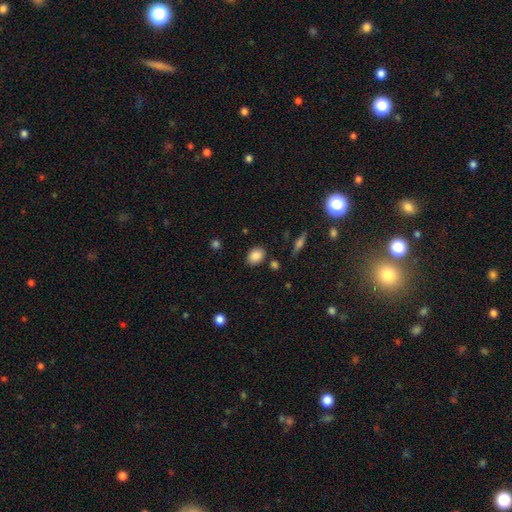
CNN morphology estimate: smooth 86%, star or artifact 8%, featured or disk 6%. Down the decision tree: how rounded — in between (68%); merging — none (84%).